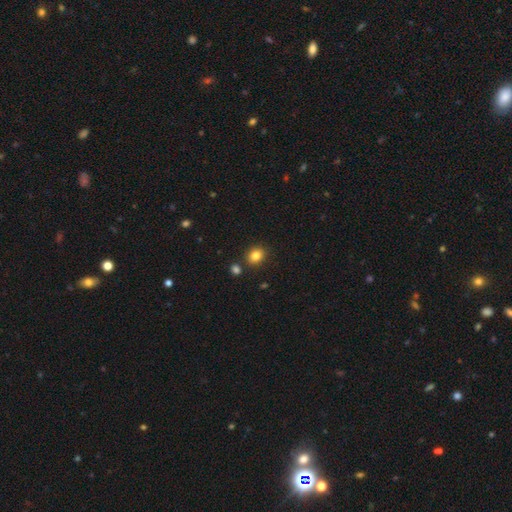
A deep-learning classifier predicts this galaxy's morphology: type=smooth (83%); roundness=round (54%); merging=none (81%).